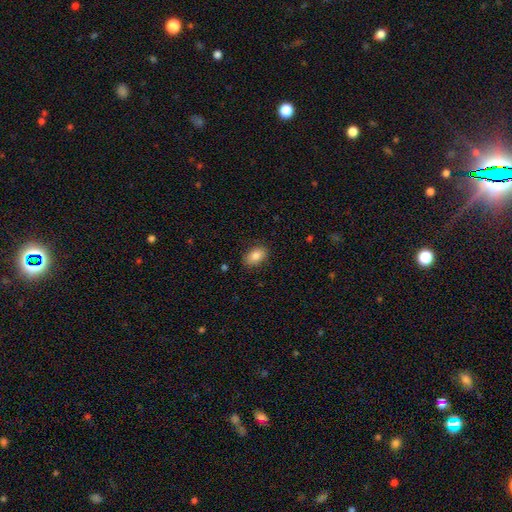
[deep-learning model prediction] A smooth galaxy with no disk features (85%) that is in between round and cigar-shaped (86%). Merging: none (85%).